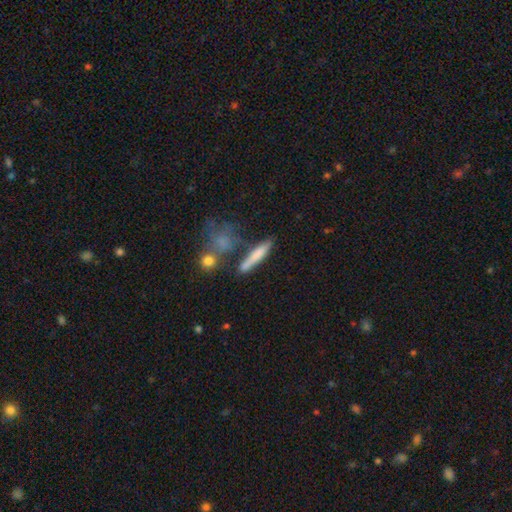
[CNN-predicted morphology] type=smooth (71%); roundness=cigar-shaped (82%); merging=none (64%).